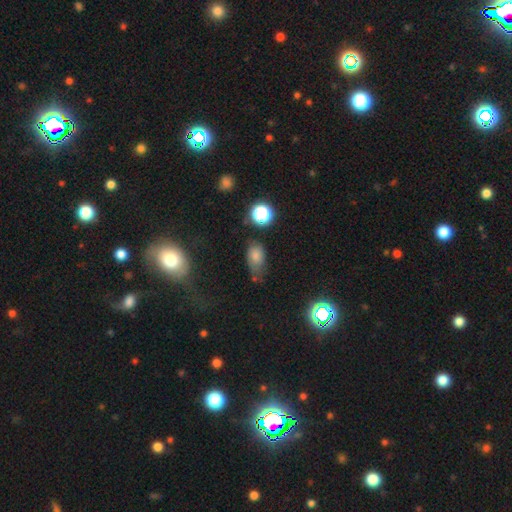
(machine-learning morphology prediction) Q: Smooth or featured?
A: smooth (72%); runner-up: star or artifact (17%)
Q: How rounded?
A: in between (81%); runner-up: round (16%)
Q: Merging?
A: none (47%); runner-up: minor disturbance (33%)